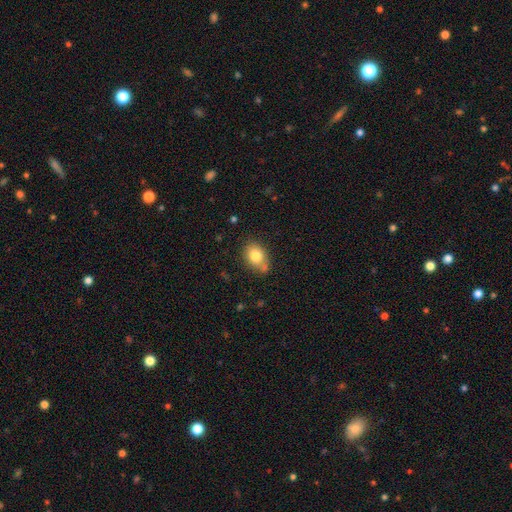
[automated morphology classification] smooth_or_featured: smooth (p=0.80) [alt: featured or disk p=0.11]
how_rounded: in between (p=0.72) [alt: round p=0.27]
merging: none (p=0.65) [alt: minor disturbance p=0.21]